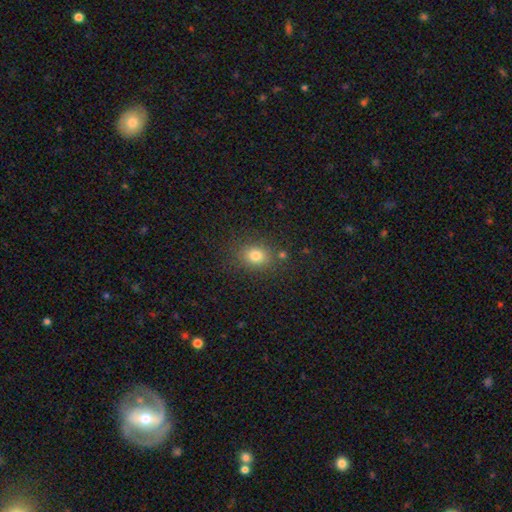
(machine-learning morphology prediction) smooth-or-featured: smooth: 79% | star or artifact: 14% | featured or disk: 7%
  how-rounded: round: 55% | in between: 44% | cigar-shaped: 1%
  merging: none: 80% | minor disturbance: 11% | merger: 5% | major disturbance: 4%